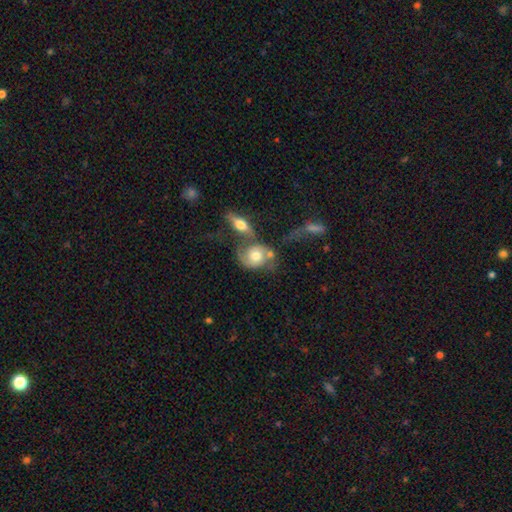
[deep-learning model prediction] A featured or disk galaxy (53%). Merging: merger (49%).